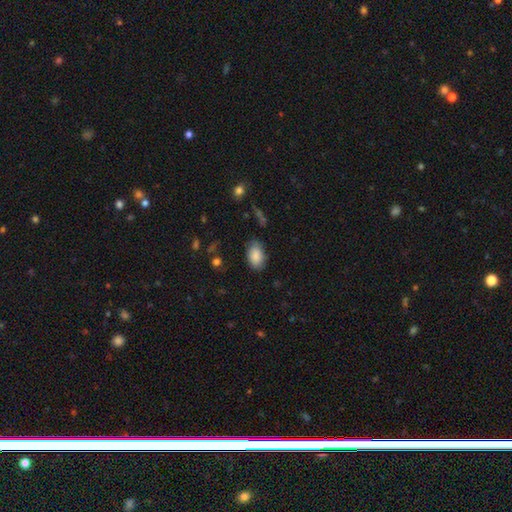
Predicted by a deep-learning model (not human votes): Q: Smooth or featured?
A: smooth (86%); runner-up: star or artifact (7%)
Q: How rounded?
A: in between (91%); runner-up: round (7%)
Q: Merging?
A: none (78%); runner-up: minor disturbance (17%)